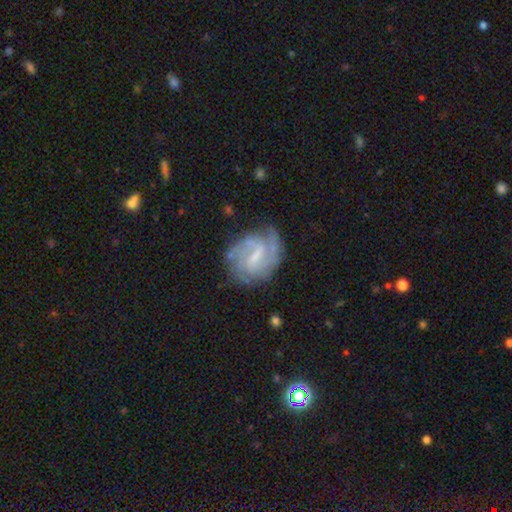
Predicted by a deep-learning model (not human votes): Overall: featured or disk (82%). Edge-on disk: no (98%). Bar: weak (57%; strong 29%). Spiral arms: yes (93%). Spiral arm count: 2 (47%; can't tell 24%). Spiral winding: tight (45%; medium 42%). Bulge size: small (46%; none 26%). Merging: none (65%).